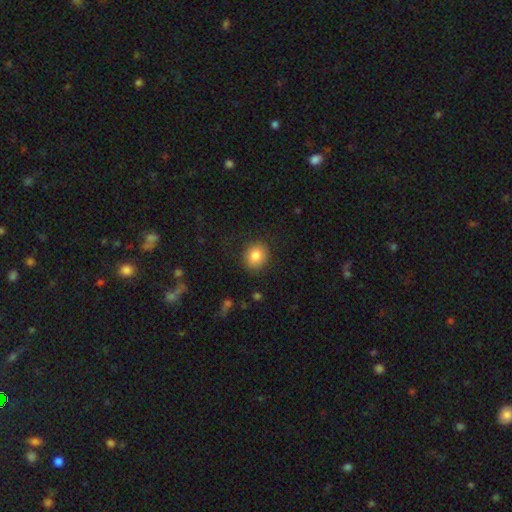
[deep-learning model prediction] Q: Smooth or featured?
A: smooth (84%); runner-up: star or artifact (9%)
Q: How rounded?
A: round (73%); runner-up: in between (26%)
Q: Merging?
A: none (85%); runner-up: minor disturbance (10%)